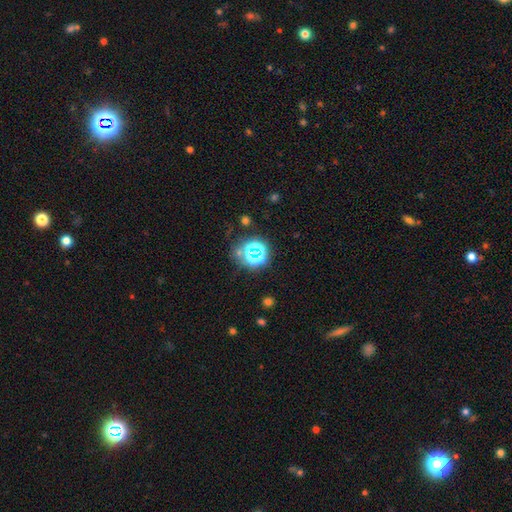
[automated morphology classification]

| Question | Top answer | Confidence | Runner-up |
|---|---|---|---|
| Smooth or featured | star or artifact | 62% | smooth (28%) |